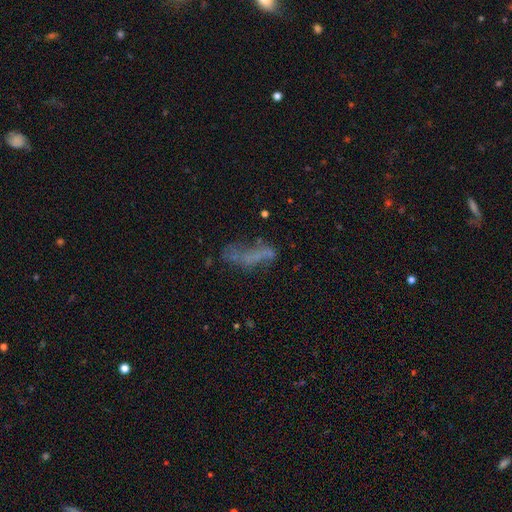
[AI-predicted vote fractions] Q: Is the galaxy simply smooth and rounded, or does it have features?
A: featured or disk — 44%.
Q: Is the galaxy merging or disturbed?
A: none — 39%.